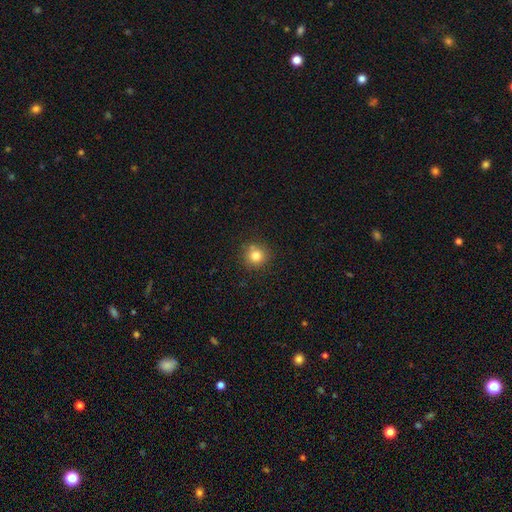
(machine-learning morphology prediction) Smooth or featured? smooth (80%)
How rounded? round (93%)
Merging? none (84%)